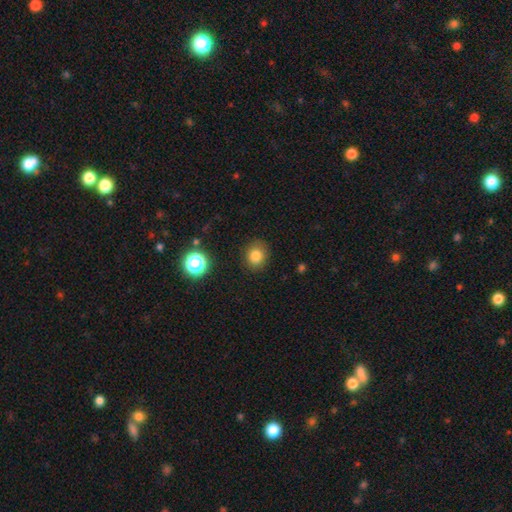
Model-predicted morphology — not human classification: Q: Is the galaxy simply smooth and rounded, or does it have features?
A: smooth — 81%.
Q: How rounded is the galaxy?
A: round — 75%.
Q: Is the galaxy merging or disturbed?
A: none — 85%.